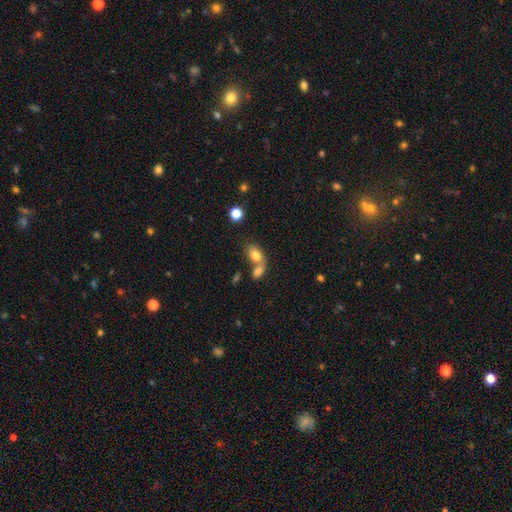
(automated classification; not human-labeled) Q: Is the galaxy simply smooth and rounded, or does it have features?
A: smooth — 78%.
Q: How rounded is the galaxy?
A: in between — 84%.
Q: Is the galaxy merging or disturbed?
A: merger — 59%.